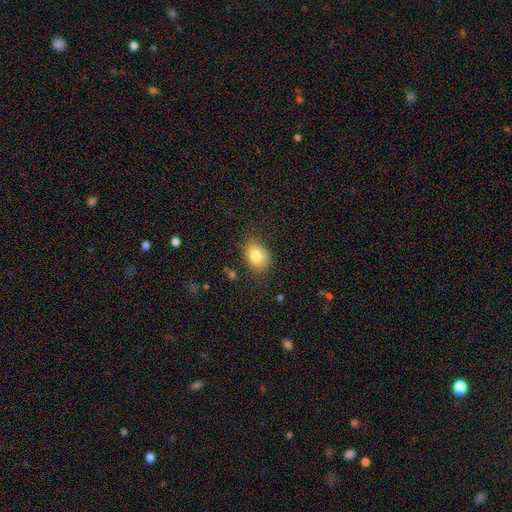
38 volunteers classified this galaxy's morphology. Smooth or featured? smooth (79%)
How rounded? in between (70%)
Merging? none (69%)